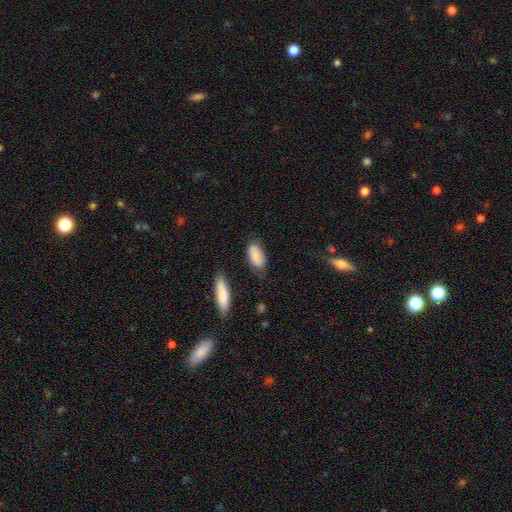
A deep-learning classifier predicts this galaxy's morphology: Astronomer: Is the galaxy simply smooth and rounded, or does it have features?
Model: smooth — 82%.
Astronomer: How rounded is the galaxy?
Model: in between — 89%.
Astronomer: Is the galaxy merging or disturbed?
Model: none — 72%.